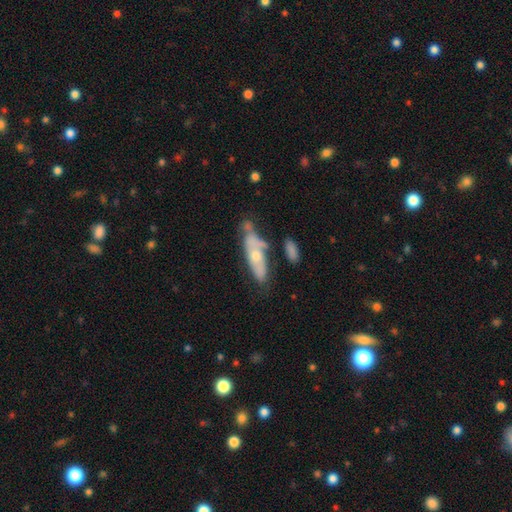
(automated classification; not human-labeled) Smooth or featured? featured or disk (51%)
Edge-on disk? no (71%)
Merging? none (41%)